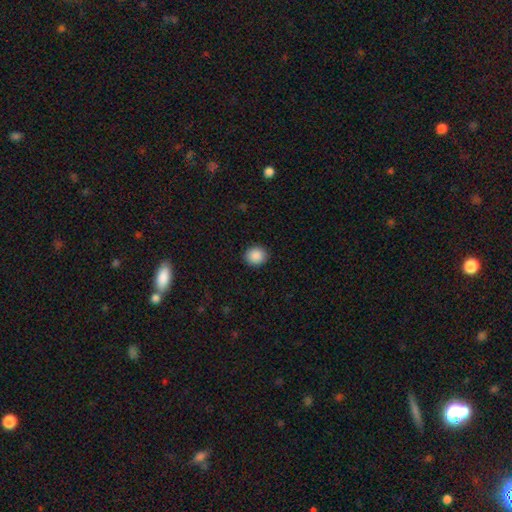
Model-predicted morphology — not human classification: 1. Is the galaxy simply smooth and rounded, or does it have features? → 89% smooth, 8% star or artifact, 3% featured or disk.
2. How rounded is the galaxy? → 82% round, 18% in between, 1% cigar-shaped.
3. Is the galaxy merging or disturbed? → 92% none, 6% minor disturbance, 2% major disturbance, 1% merger.